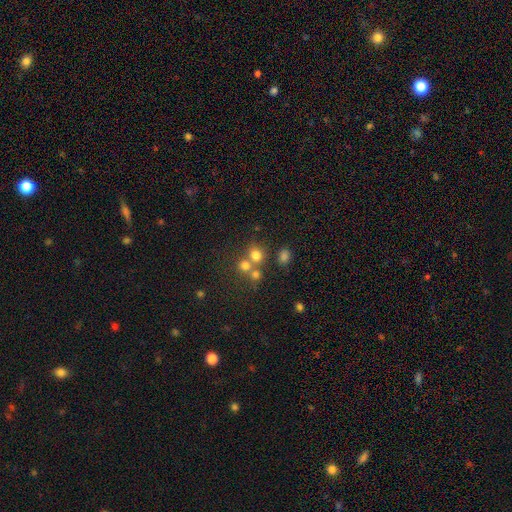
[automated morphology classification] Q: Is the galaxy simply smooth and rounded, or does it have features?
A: smooth — 71%.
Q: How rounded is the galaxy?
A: round — 79%.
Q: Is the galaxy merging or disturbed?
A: none — 50%.